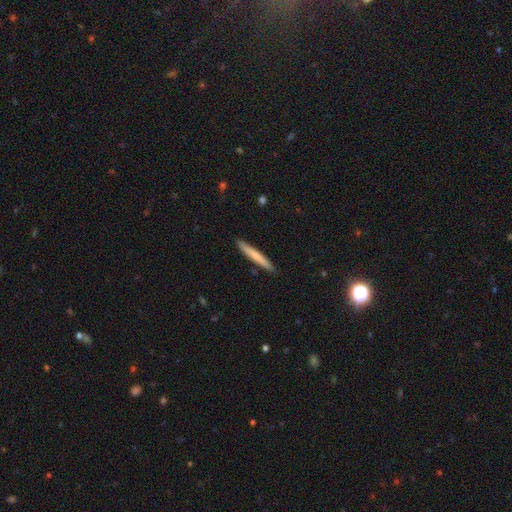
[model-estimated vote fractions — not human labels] The model was most divided on "smooth or featured": smooth: 69%, featured or disk: 26%, star or artifact: 5%. More confident: how rounded — cigar-shaped (96%); merging — none (91%).